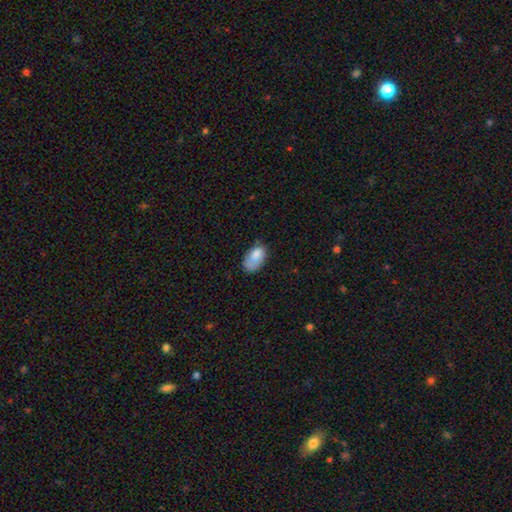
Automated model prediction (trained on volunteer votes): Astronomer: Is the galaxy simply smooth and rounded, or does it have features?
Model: smooth — 79%.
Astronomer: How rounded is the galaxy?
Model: in between — 92%.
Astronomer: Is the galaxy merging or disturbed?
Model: none — 49% (runner-up: minor disturbance, 32%).